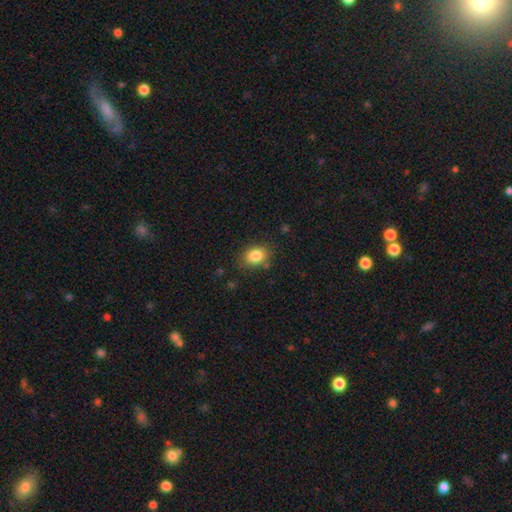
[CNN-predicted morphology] A smooth galaxy with no disk features (84%) that is in between round and cigar-shaped (62%). Merging: none (81%).